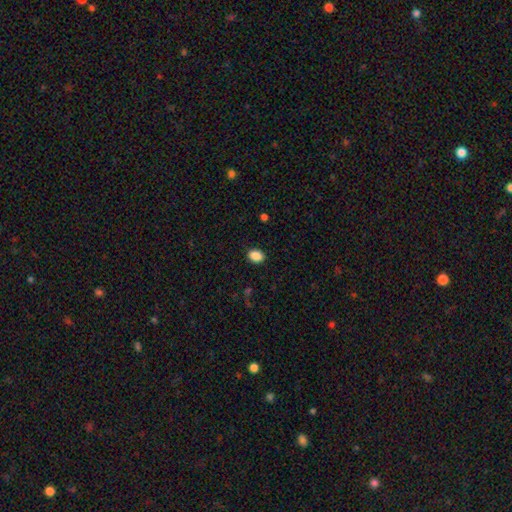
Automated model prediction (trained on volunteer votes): smooth-or-featured: smooth: 88% | star or artifact: 9% | featured or disk: 3%
  how-rounded: in between: 68% | round: 31% | cigar-shaped: 1%
  merging: none: 89% | minor disturbance: 8% | major disturbance: 2% | merger: 1%